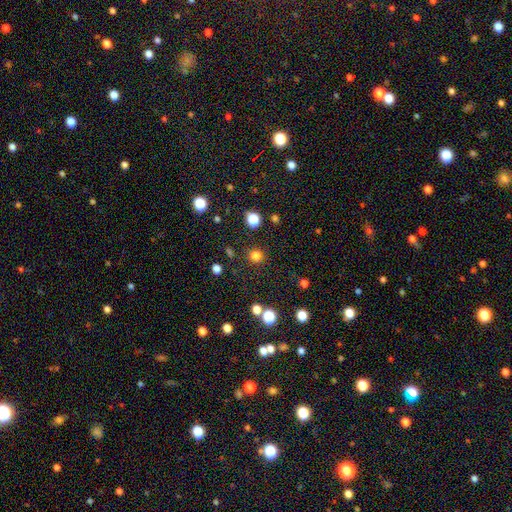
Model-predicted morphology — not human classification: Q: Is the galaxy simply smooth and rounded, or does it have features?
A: smooth — 80%.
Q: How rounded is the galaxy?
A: round — 92%.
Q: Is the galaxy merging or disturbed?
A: none — 89%.